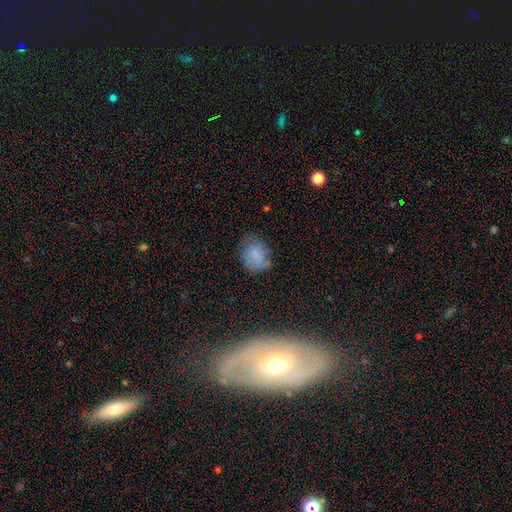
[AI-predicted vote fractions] Q: Smooth or featured?
A: smooth (66%); runner-up: featured or disk (24%)
Q: How rounded?
A: in between (55%); runner-up: round (44%)
Q: Merging?
A: none (58%); runner-up: minor disturbance (29%)